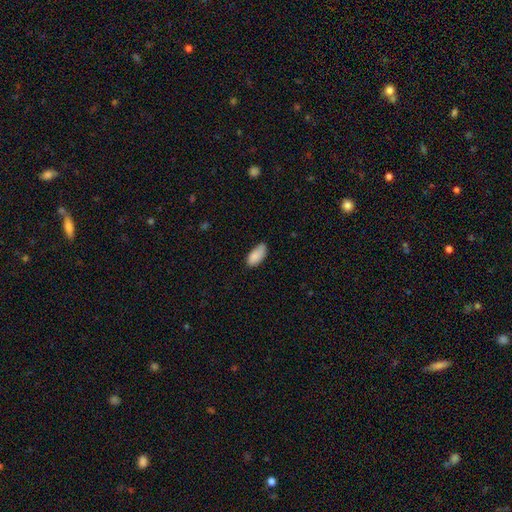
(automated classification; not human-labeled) Smooth or featured?
  - smooth: 87% *
  - star or artifact: 7%
  - featured or disk: 6%
How rounded?
  - in between: 93% *
  - cigar-shaped: 5%
  - round: 2%
Merging?
  - none: 63% *
  - minor disturbance: 30%
  - major disturbance: 5%
  - merger: 2%